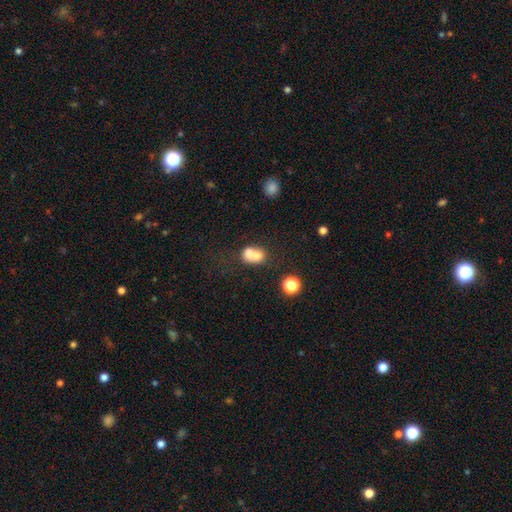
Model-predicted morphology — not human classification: smooth 72%, featured or disk 17%, star or artifact 11%. Down the decision tree: how rounded — in between (64%); merging — merger (53%).